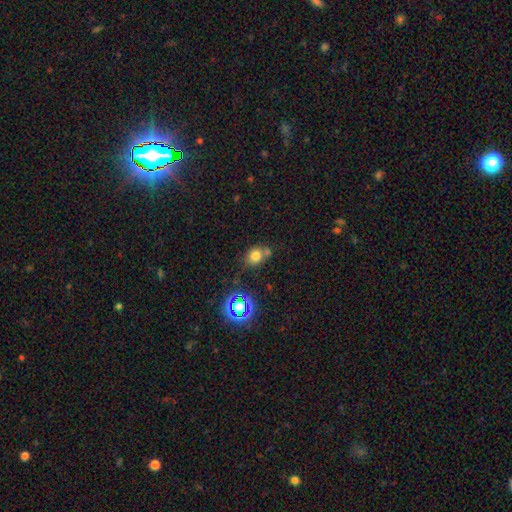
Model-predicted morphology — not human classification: A smooth galaxy with no disk features (73%) that is round (66%).

Vote fractions:
- Smooth or featured? smooth: 73% / star or artifact: 17% / featured or disk: 10%
- How rounded? round: 66% / in between: 33% / cigar-shaped: 1%
- Merging? none: 53% / merger: 23% / minor disturbance: 18% / major disturbance: 6%